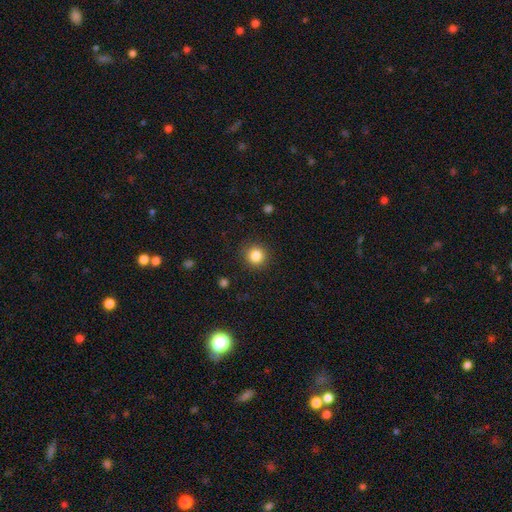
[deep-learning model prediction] A smooth galaxy with no disk features (84%) that is round (93%).

Vote fractions:
- Smooth or featured? smooth: 84% / star or artifact: 11% / featured or disk: 5%
- How rounded? round: 93% / in between: 6% / cigar-shaped: 1%
- Merging? none: 90% / minor disturbance: 7% / major disturbance: 3% / merger: 1%